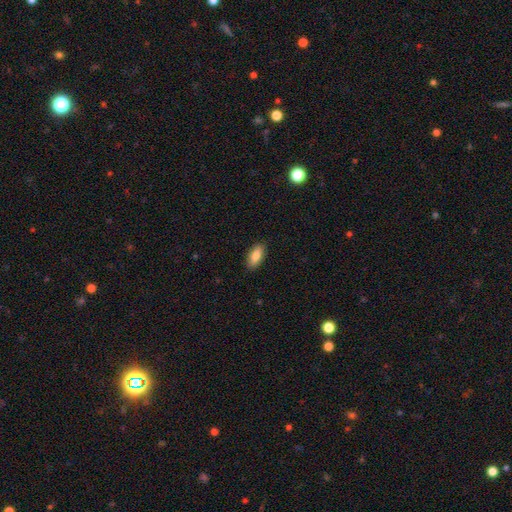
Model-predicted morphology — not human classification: A smooth galaxy with no disk features (86%) that is in between round and cigar-shaped (86%). Merging: none (89%).